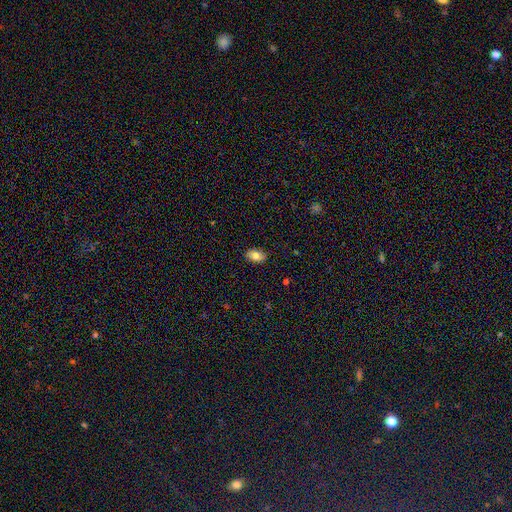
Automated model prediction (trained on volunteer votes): smooth-or-featured: smooth: 79% | featured or disk: 12% | star or artifact: 8%
  how-rounded: in between: 88% | round: 10% | cigar-shaped: 2%
  merging: none: 88% | minor disturbance: 10% | major disturbance: 2% | merger: 1%